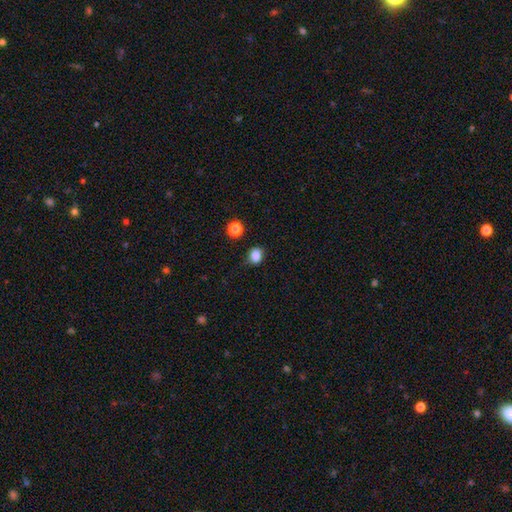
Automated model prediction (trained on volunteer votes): smooth_or_featured: smooth (p=0.85) [alt: star or artifact p=0.11]
how_rounded: round (p=0.55) [alt: in between p=0.44]
merging: none (p=0.78) [alt: minor disturbance p=0.16]